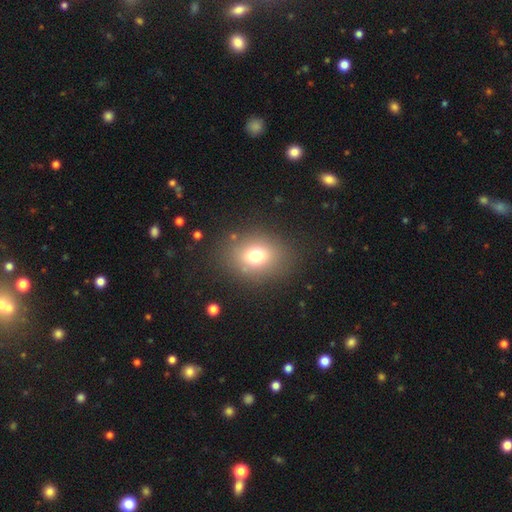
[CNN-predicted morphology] smooth_or_featured: smooth (p=0.73) [alt: star or artifact p=0.15]
how_rounded: in between (p=0.50) [alt: round p=0.49]
merging: none (p=0.82) [alt: minor disturbance p=0.10]